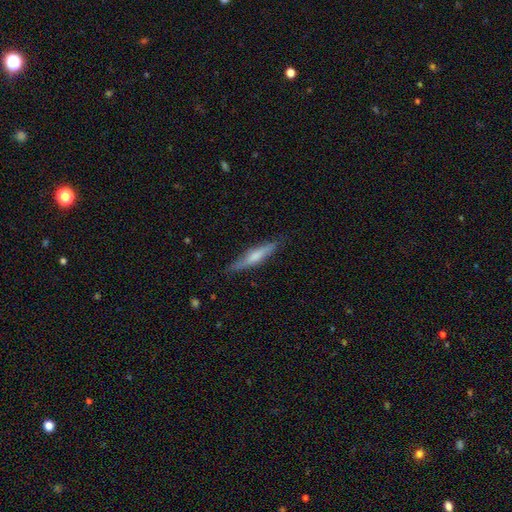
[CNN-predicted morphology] smooth 54%, featured or disk 40%, star or artifact 5%. Down the decision tree: how rounded — cigar-shaped (90%); merging — none (81%).